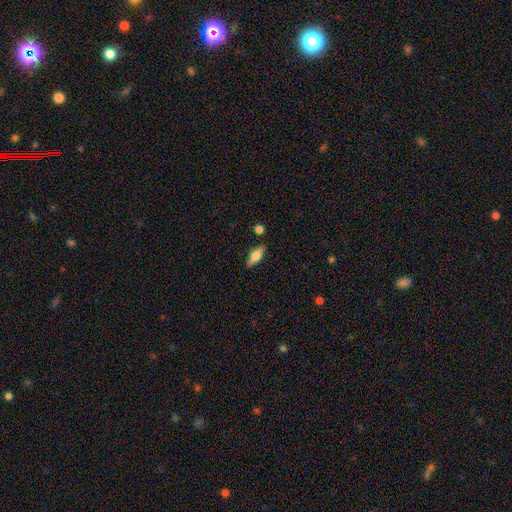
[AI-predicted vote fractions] Q: Smooth or featured?
A: smooth (49%); runner-up: featured or disk (44%)
Q: Merging?
A: none (85%); runner-up: minor disturbance (10%)